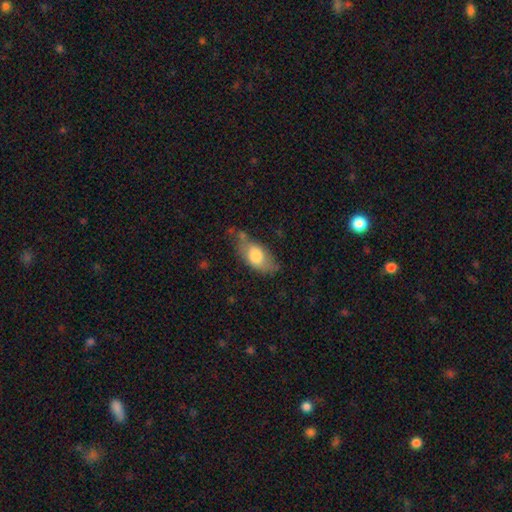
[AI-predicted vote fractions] Morphology: type=smooth (74%); roundness=in between (89%); merging=none (50%).